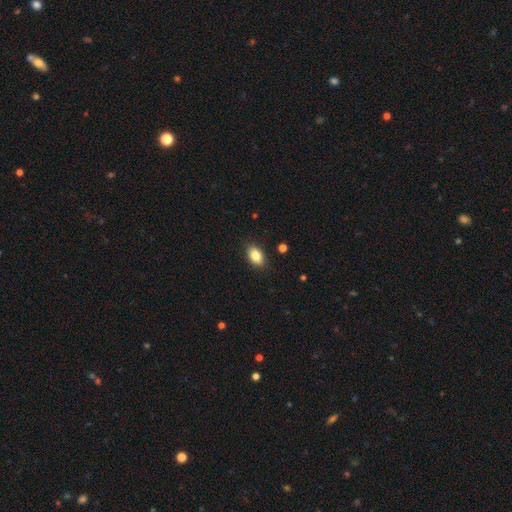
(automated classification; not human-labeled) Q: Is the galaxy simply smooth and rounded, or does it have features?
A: smooth — 84%.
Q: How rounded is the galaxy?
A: in between — 88%.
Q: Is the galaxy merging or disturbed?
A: none — 88%.